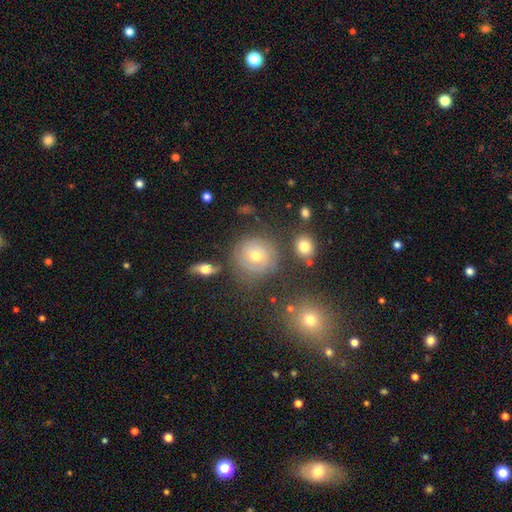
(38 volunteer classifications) This appears to be a featured or disk galaxy (76%) with no bar (89%), 2 (82%) tight (77%) spiral arms (81%) and a moderate central bulge (81%). Merging: none (67%).